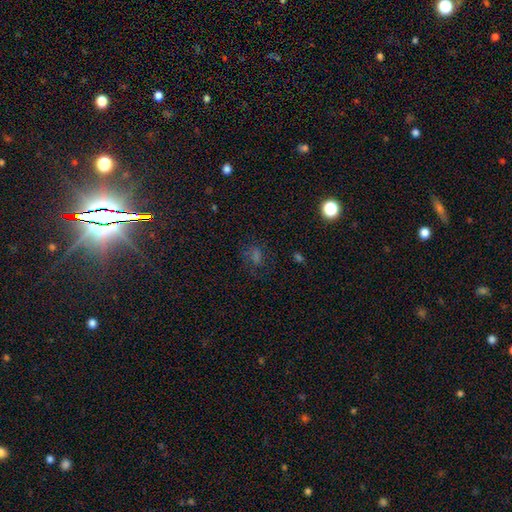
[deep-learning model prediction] Smooth or featured: star or artifact — 43% (smooth — 39%)